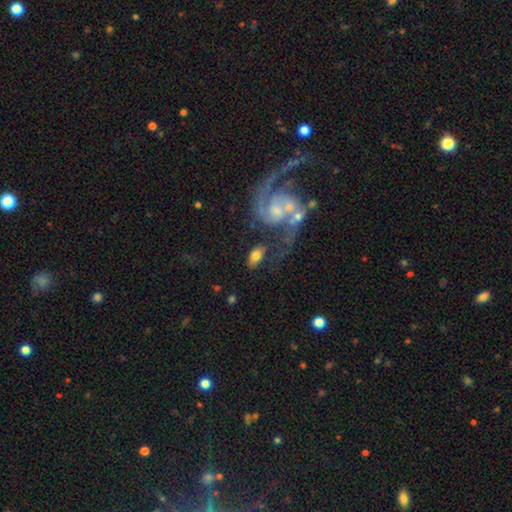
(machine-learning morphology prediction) A smooth galaxy with no disk features (61%) that is in between round and cigar-shaped (89%).

Vote fractions:
- Smooth or featured? smooth: 61% / featured or disk: 32% / star or artifact: 7%
- How rounded? in between: 89% / round: 7% / cigar-shaped: 3%
- Merging? none: 54% / minor disturbance: 18% / merger: 15% / major disturbance: 13%